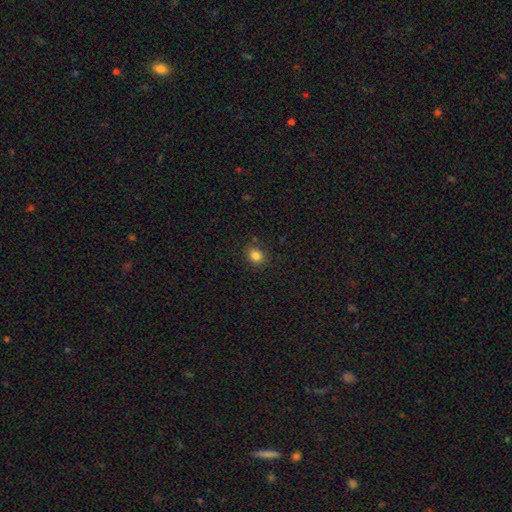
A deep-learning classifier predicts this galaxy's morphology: smooth-or-featured: smooth: 84% | star or artifact: 12% | featured or disk: 4%
  how-rounded: round: 67% | in between: 33% | cigar-shaped: 1%
  merging: none: 86% | minor disturbance: 10% | major disturbance: 3% | merger: 2%